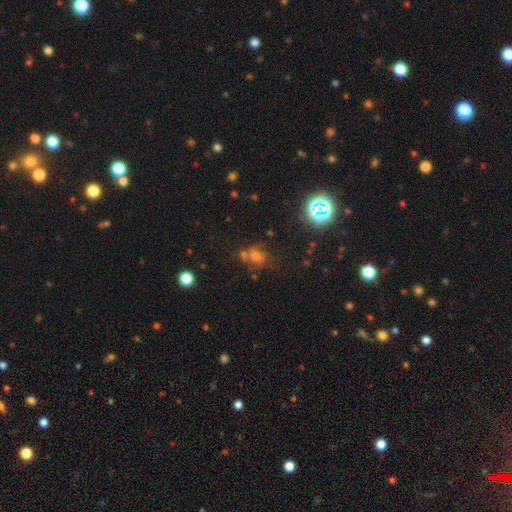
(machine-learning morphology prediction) Q: Smooth or featured?
A: smooth (54%); runner-up: star or artifact (31%)
Q: How rounded?
A: in between (51%); runner-up: round (47%)
Q: Merging?
A: none (48%); runner-up: merger (22%)